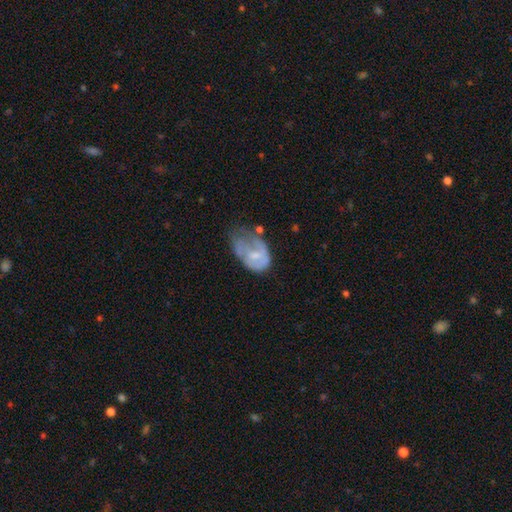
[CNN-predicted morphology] Smooth or featured? Predicted: featured or disk (p=0.46, tied with smooth). Merging? Predicted: major disturbance (p=0.41).